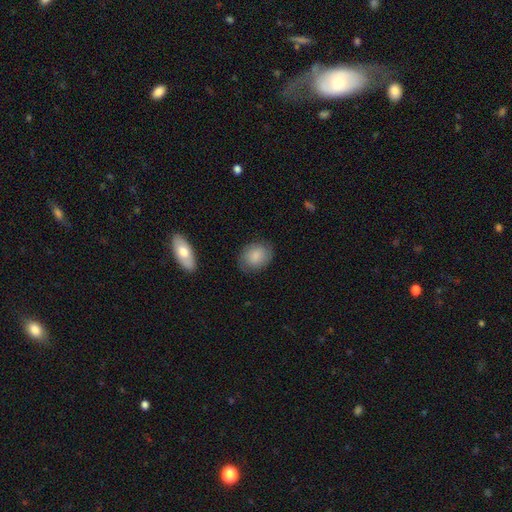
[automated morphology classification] The model was most divided on "how rounded": in between: 57%, round: 42%, cigar-shaped: 1%. More confident: smooth or featured — smooth (81%); merging — none (79%).